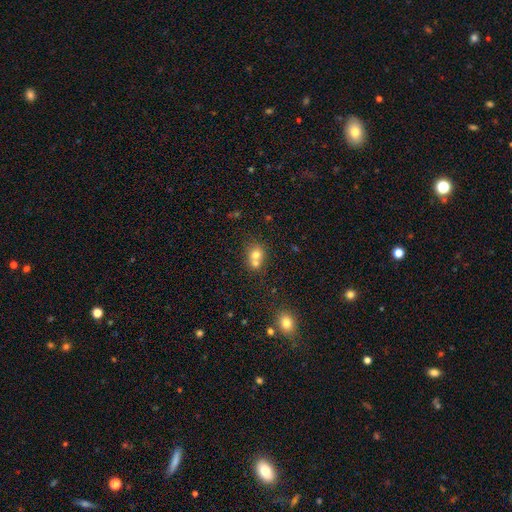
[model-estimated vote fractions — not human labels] A smooth galaxy with no disk features (71%) that is round (73%).

Vote fractions:
- Smooth or featured? smooth: 71% / featured or disk: 16% / star or artifact: 13%
- How rounded? round: 73% / in between: 26% / cigar-shaped: 1%
- Merging? merger: 57% / none: 33% / minor disturbance: 7% / major disturbance: 3%